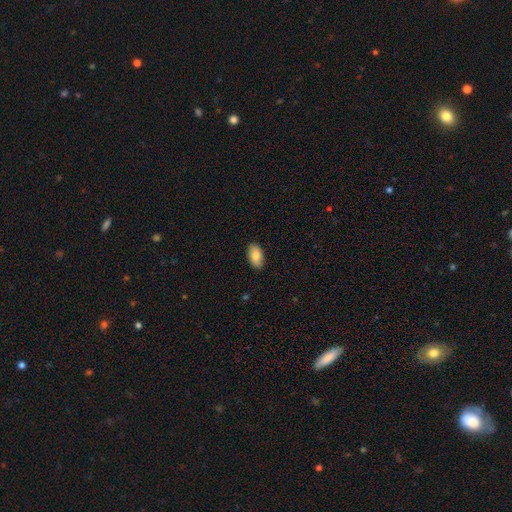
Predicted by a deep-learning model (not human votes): smooth-or-featured: smooth: 84% | featured or disk: 9% | star or artifact: 7%
  how-rounded: in between: 94% | round: 4% | cigar-shaped: 2%
  merging: none: 88% | minor disturbance: 9% | major disturbance: 2% | merger: 1%